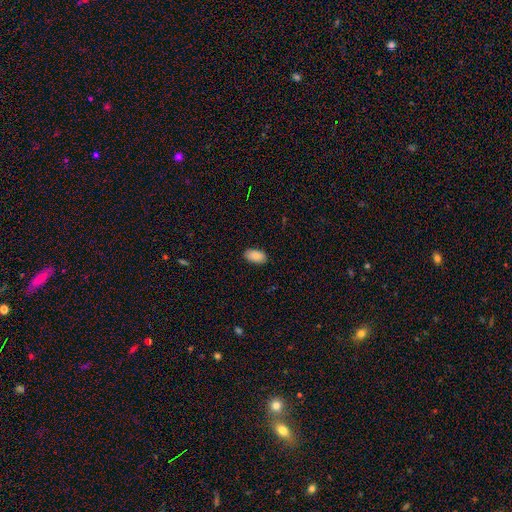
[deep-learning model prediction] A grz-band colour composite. It shows a smooth galaxy with no disk features (89%) that is in between round and cigar-shaped (95%). Merging: none (87%).